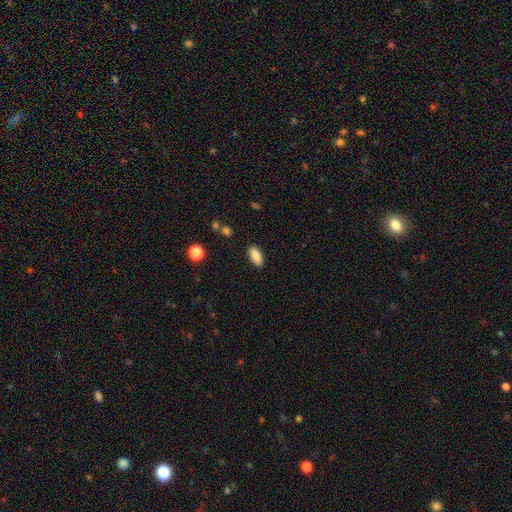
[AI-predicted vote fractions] smooth_or_featured: smooth (p=0.86) [alt: star or artifact p=0.07]
how_rounded: in between (p=0.87) [alt: cigar-shaped p=0.10]
merging: none (p=0.88) [alt: minor disturbance p=0.09]